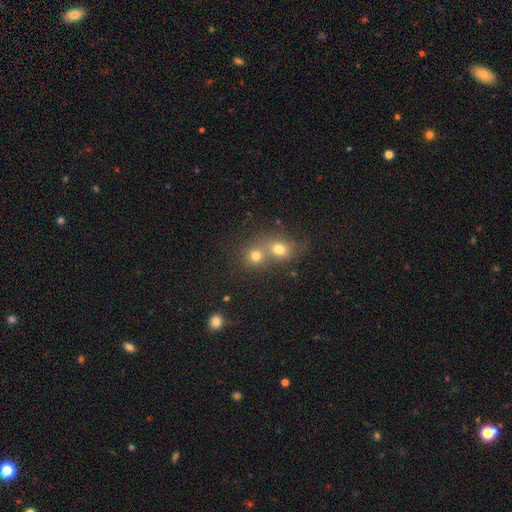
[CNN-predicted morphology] Overall: smooth (74%). How rounded: round (78%). Merging: merger (53%; none 38%).